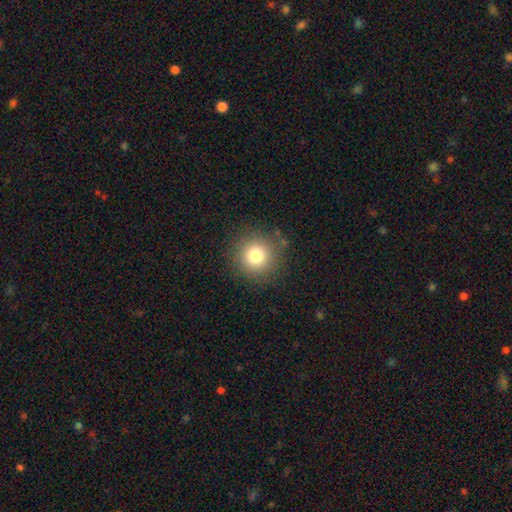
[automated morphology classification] Overall: smooth (78%). How rounded: round (94%). Merging: none (87%).